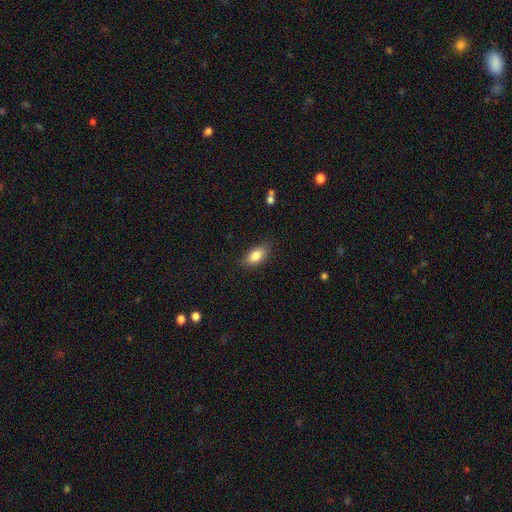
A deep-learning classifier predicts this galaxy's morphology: Q: Smooth or featured?
A: smooth (82%); runner-up: featured or disk (10%)
Q: How rounded?
A: in between (86%); runner-up: cigar-shaped (8%)
Q: Merging?
A: none (80%); runner-up: minor disturbance (16%)